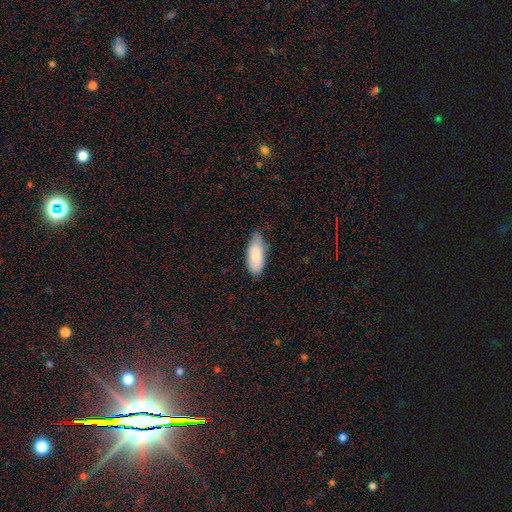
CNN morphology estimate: Smooth or featured? Predicted: smooth (p=0.87). How rounded? Predicted: in between (p=0.83). Merging? Predicted: none (p=0.71).